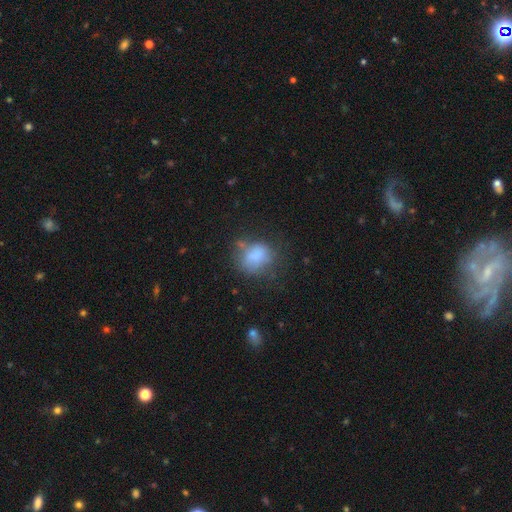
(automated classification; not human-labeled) Smooth or featured?
  - smooth: 71% *
  - featured or disk: 18%
  - star or artifact: 11%
How rounded?
  - round: 52% *
  - in between: 47%
  - cigar-shaped: 1%
Merging?
  - none: 45% *
  - minor disturbance: 27%
  - major disturbance: 20%
  - merger: 8%